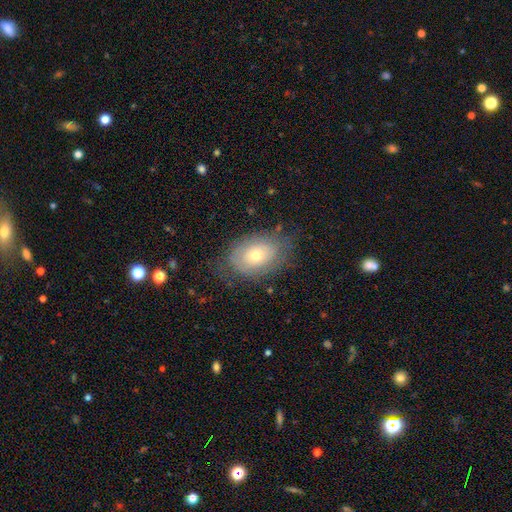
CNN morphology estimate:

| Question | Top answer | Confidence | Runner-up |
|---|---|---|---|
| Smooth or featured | smooth | 57% | featured or disk (34%) |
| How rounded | in between | 80% | round (18%) |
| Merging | none | 69% | minor disturbance (21%) |